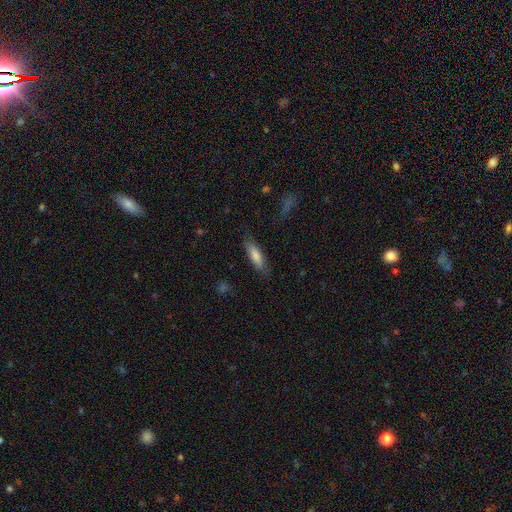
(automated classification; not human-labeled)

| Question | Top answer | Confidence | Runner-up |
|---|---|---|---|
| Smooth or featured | smooth | 79% | featured or disk (15%) |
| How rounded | cigar-shaped | 56% | in between (42%) |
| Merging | none | 81% | minor disturbance (14%) |